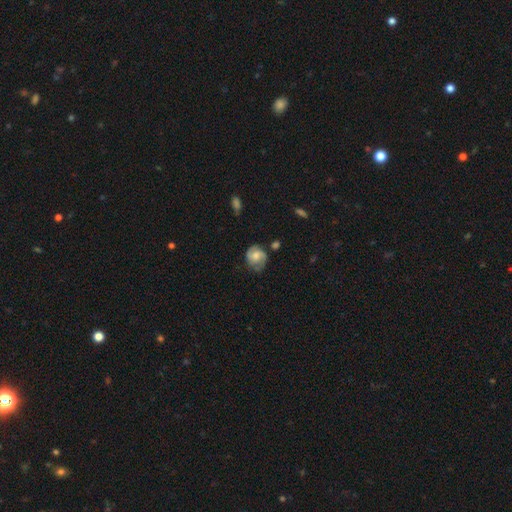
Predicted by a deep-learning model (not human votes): Smooth or featured: featured or disk — 57% (smooth — 35%)
Edge-on disk: no — 97% (yes — 3%)
Bar: no — 59% (weak — 34%)
Spiral arms: yes — 89% (no — 11%)
Bulge size: moderate — 47% (small — 25%)
Merging: none — 63% (minor disturbance — 25%)